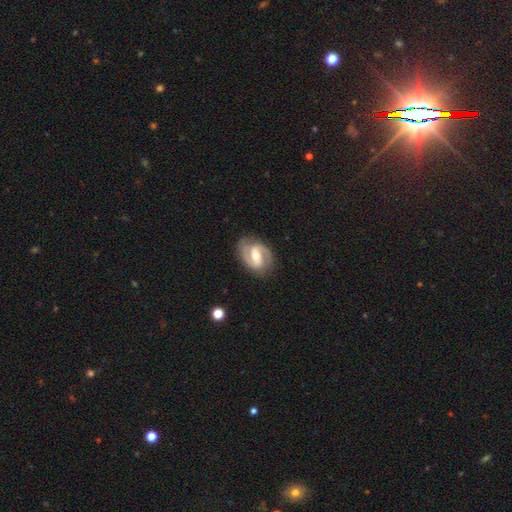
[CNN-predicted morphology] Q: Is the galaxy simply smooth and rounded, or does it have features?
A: featured or disk — 86%.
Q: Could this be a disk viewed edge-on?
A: no — 97%.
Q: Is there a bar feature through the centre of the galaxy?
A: weak — 48%.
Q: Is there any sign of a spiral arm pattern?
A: yes — 94%.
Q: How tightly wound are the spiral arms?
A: medium — 53%.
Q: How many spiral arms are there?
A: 2 — 90%.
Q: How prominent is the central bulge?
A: moderate — 68%.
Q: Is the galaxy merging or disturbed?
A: none — 81%.